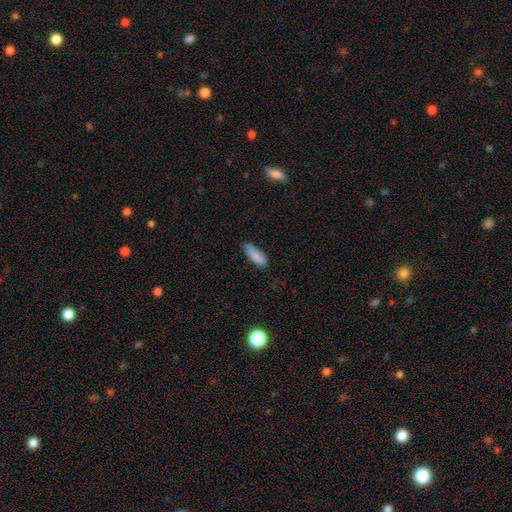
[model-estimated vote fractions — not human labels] Smooth or featured: smooth — 85% (featured or disk — 8%)
How rounded: in between — 59% (cigar-shaped — 40%)
Merging: none — 71% (minor disturbance — 24%)